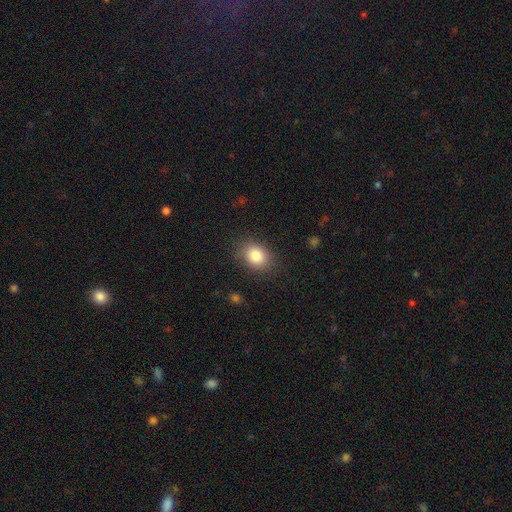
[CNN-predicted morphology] A smooth galaxy with no disk features (83%) that is in between round and cigar-shaped (58%).

Vote fractions:
- Smooth or featured? smooth: 83% / star or artifact: 9% / featured or disk: 7%
- How rounded? in between: 58% / round: 41% / cigar-shaped: 1%
- Merging? none: 84% / minor disturbance: 11% / major disturbance: 4% / merger: 1%